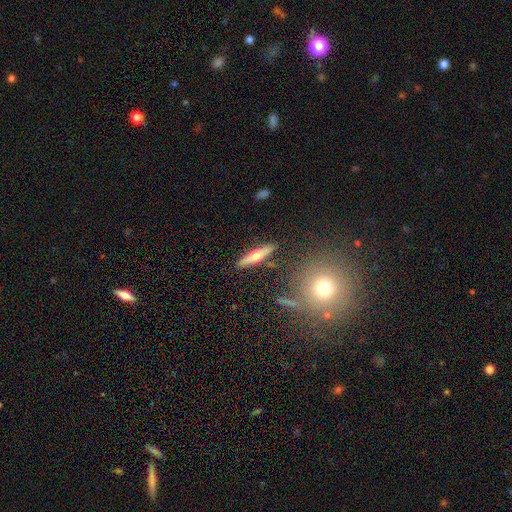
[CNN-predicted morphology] type=featured or disk (49%); merging=none (87%).